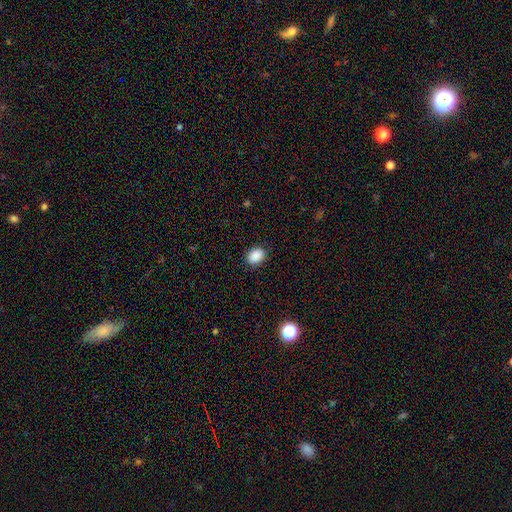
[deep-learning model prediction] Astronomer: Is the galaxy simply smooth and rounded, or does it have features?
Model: smooth — 89%.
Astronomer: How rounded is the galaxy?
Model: in between — 65%.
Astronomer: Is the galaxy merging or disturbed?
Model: none — 88%.